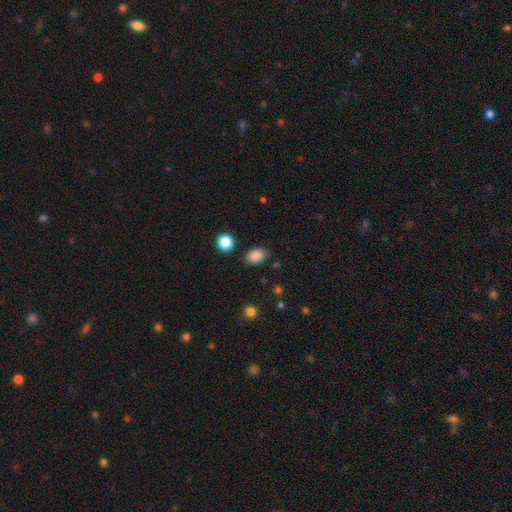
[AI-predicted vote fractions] Smooth or featured? smooth (87%)
How rounded? in between (78%)
Merging? none (84%)